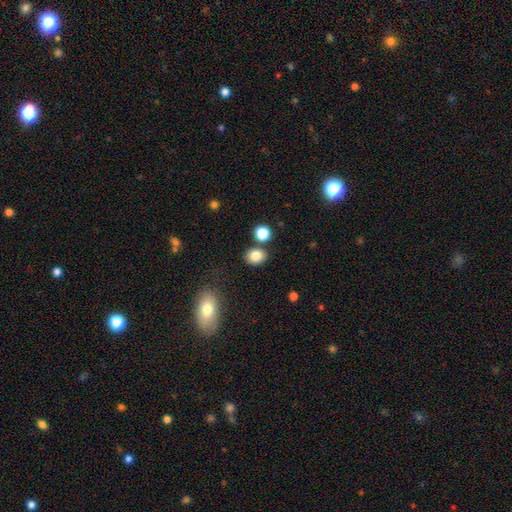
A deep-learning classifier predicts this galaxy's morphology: The model was most divided on "how rounded": in between: 52%, round: 46%, cigar-shaped: 1%. More confident: smooth or featured — smooth (83%); merging — none (77%).